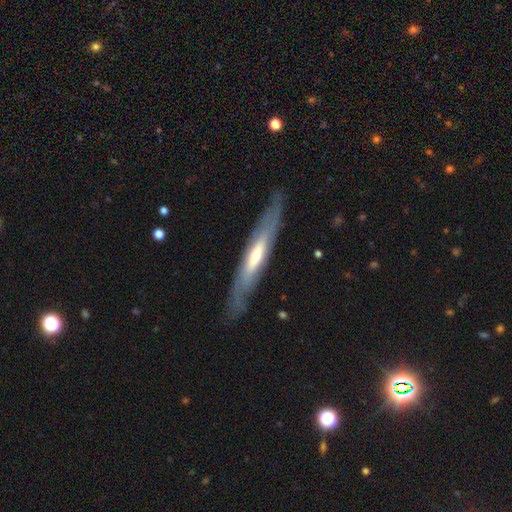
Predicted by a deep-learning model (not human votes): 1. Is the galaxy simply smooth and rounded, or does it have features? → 66% featured or disk, 27% smooth, 6% star or artifact.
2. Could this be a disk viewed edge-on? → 72% yes, 28% no.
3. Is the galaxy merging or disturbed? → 84% none, 12% minor disturbance, 3% major disturbance, 1% merger.